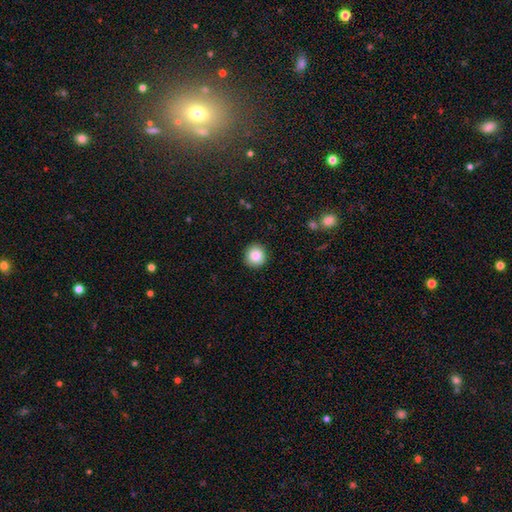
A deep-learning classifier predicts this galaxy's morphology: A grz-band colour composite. It shows a smooth galaxy with no disk features (87%) that is round (93%). Merging: none (91%).